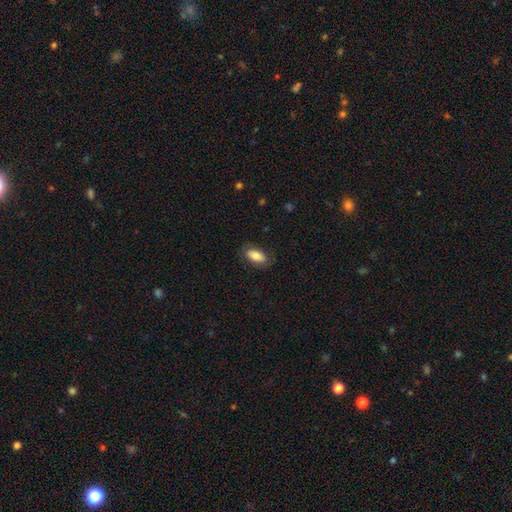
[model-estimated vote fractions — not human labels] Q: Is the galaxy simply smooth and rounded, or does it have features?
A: smooth — 78%.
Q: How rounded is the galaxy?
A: in between — 90%.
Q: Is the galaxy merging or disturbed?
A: none — 80%.